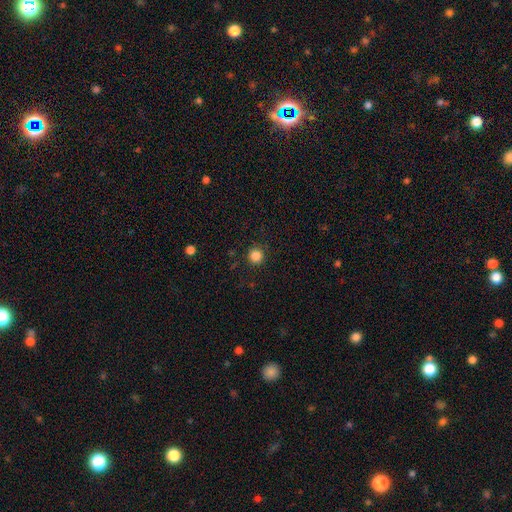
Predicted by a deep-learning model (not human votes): Q: Smooth or featured?
A: smooth (85%); runner-up: star or artifact (12%)
Q: How rounded?
A: round (95%); runner-up: in between (5%)
Q: Merging?
A: none (90%); runner-up: minor disturbance (7%)